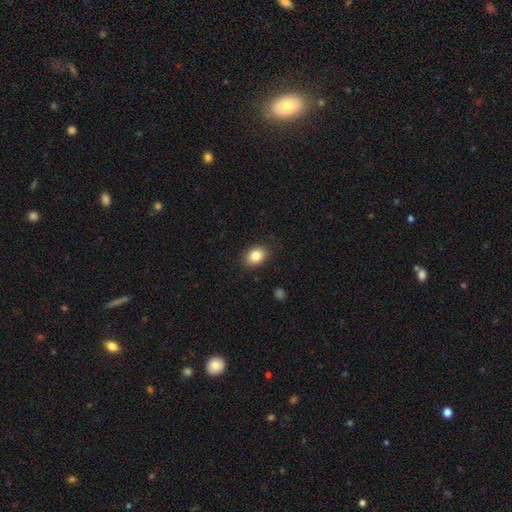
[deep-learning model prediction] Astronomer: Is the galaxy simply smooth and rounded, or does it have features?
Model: smooth — 84%.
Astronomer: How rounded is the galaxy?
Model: in between — 65%.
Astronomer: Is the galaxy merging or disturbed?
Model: none — 87%.